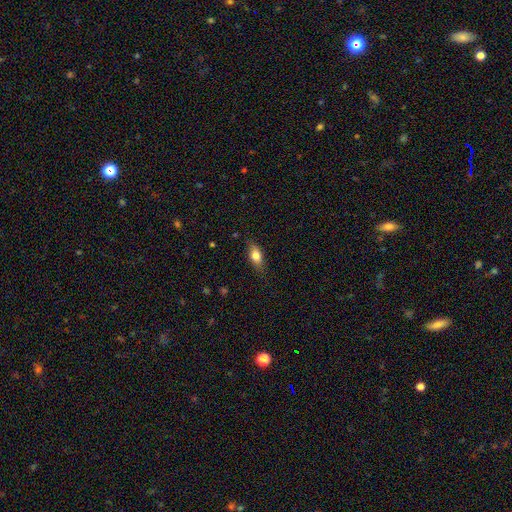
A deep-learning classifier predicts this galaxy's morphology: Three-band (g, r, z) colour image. It shows a smooth galaxy with no disk features (76%) that is in between round and cigar-shaped (79%). Merging: none (80%).